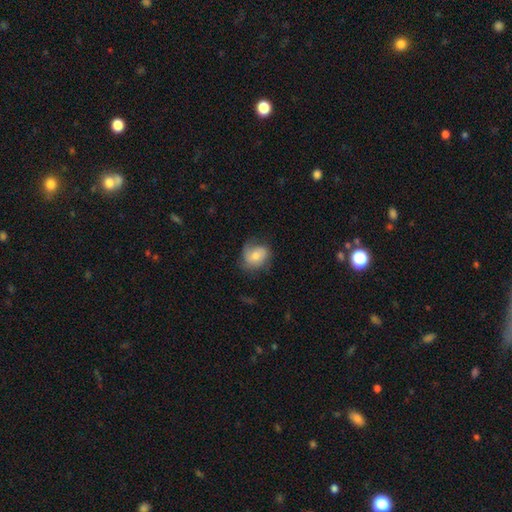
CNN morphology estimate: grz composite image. It shows a smooth galaxy with no disk features (55%) that is round (55%). Merging: none (55%).